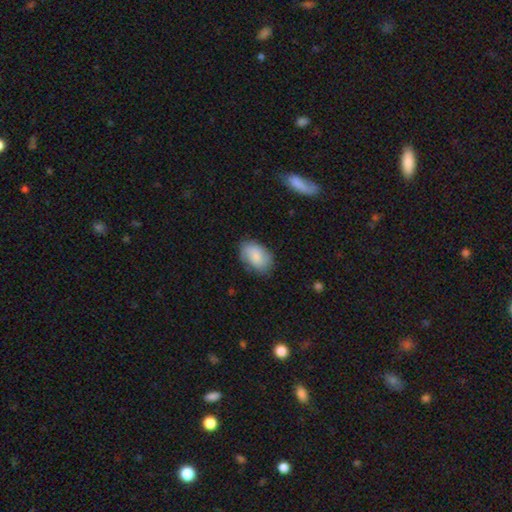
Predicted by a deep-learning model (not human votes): smooth_or_featured: smooth (p=0.75) [alt: featured or disk p=0.18]
how_rounded: in between (p=0.87) [alt: round p=0.11]
merging: none (p=0.73) [alt: minor disturbance p=0.21]